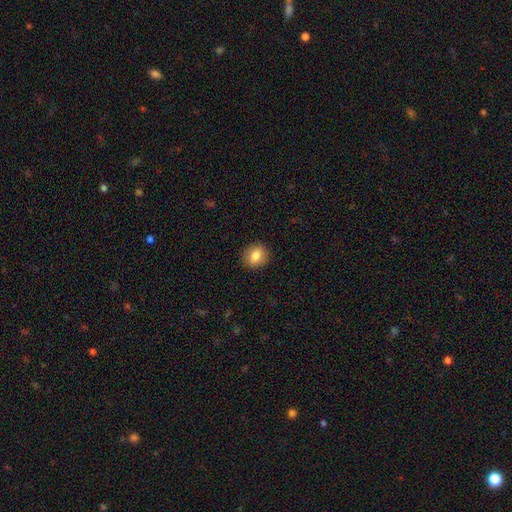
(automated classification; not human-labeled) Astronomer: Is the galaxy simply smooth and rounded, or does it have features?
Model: smooth — 82%.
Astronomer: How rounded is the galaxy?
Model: round — 71%.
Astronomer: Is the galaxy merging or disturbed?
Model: none — 90%.